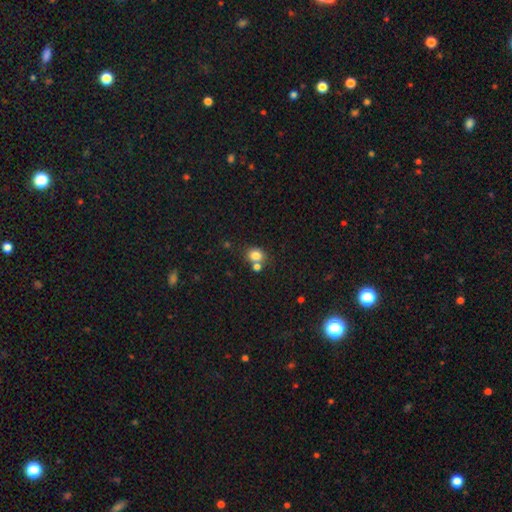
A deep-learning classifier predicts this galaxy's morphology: A smooth galaxy with no disk features (80%) that is round (72%).

Vote fractions:
- Smooth or featured? smooth: 80% / star or artifact: 12% / featured or disk: 8%
- How rounded? round: 72% / in between: 27% / cigar-shaped: 1%
- Merging? none: 58% / merger: 29% / minor disturbance: 10% / major disturbance: 3%